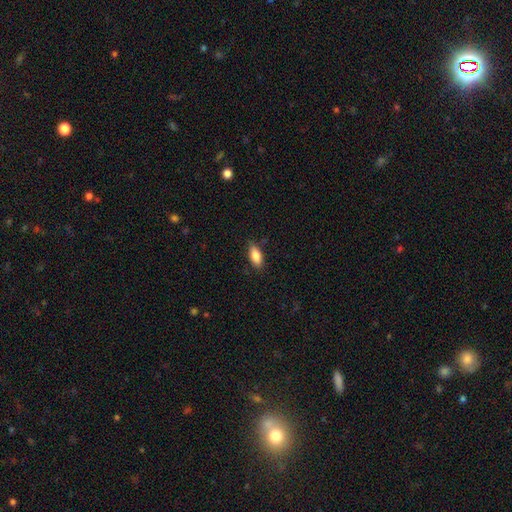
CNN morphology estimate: smooth-or-featured: smooth: 84% | featured or disk: 9% | star or artifact: 7%
  how-rounded: in between: 82% | cigar-shaped: 16% | round: 3%
  merging: none: 82% | minor disturbance: 14% | major disturbance: 3% | merger: 1%